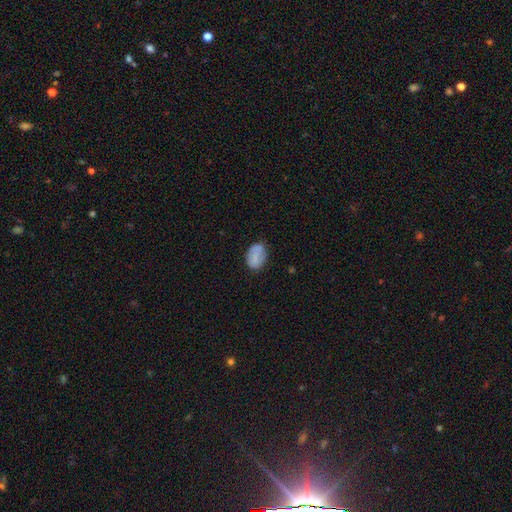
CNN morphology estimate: Smooth or featured? smooth (72%)
How rounded? in between (79%)
Merging? none (67%)